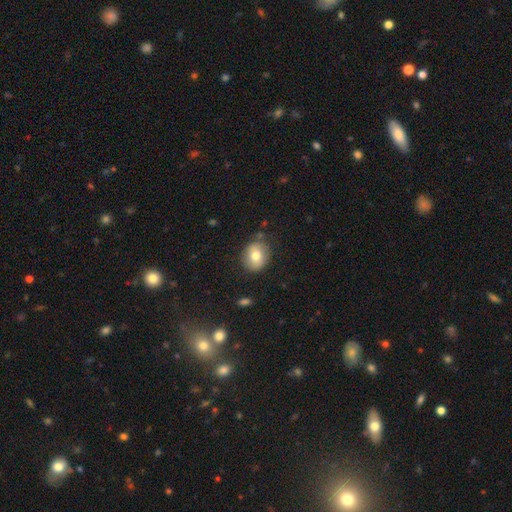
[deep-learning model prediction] A smooth galaxy with no disk features (72%) that is round (65%).

Vote fractions:
- Smooth or featured? smooth: 72% / featured or disk: 19% / star or artifact: 9%
- How rounded? round: 65% / in between: 34% / cigar-shaped: 1%
- Merging? none: 79% / minor disturbance: 15% / major disturbance: 4% / merger: 2%